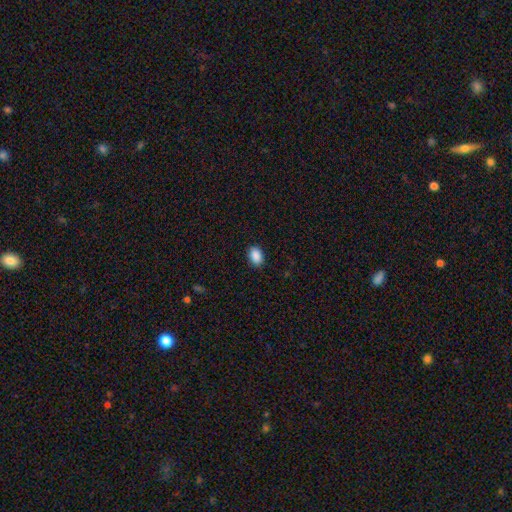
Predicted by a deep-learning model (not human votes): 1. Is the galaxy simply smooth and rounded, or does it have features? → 90% smooth, 7% star or artifact, 3% featured or disk.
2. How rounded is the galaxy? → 85% in between, 14% round, 1% cigar-shaped.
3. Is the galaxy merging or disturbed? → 89% none, 8% minor disturbance, 2% major disturbance, 1% merger.